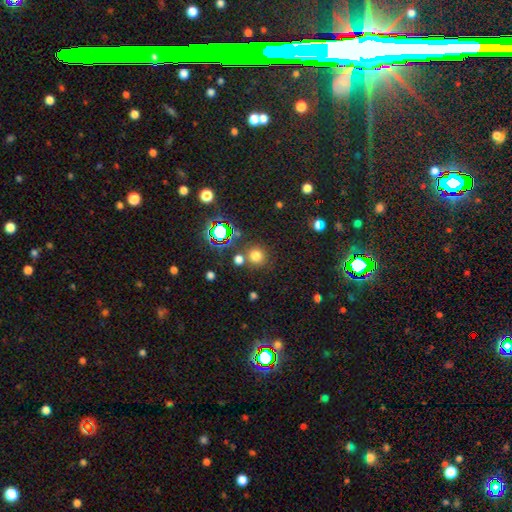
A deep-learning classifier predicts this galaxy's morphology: type=smooth (70%); roundness=round (91%); merging=none (76%).